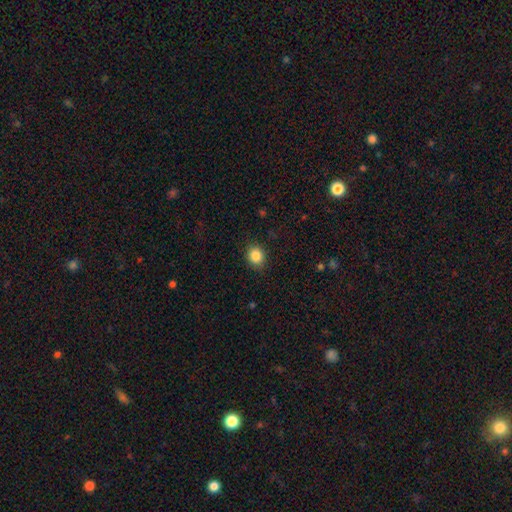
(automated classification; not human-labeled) Q: Smooth or featured?
A: smooth (86%); runner-up: star or artifact (10%)
Q: How rounded?
A: round (68%); runner-up: in between (31%)
Q: Merging?
A: none (88%); runner-up: minor disturbance (9%)